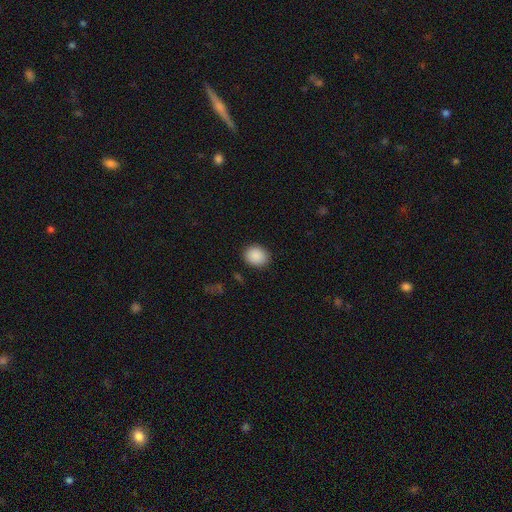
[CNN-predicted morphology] Smooth or featured? smooth (89%)
How rounded? round (65%)
Merging? none (87%)